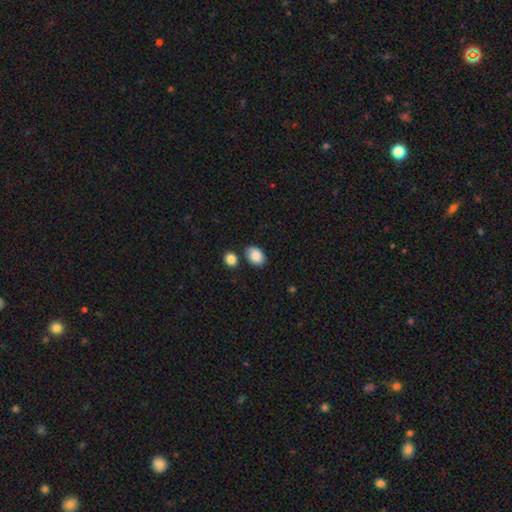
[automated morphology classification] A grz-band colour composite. It shows a smooth galaxy with no disk features (87%) that is in between round and cigar-shaped (79%). Merging: none (75%).